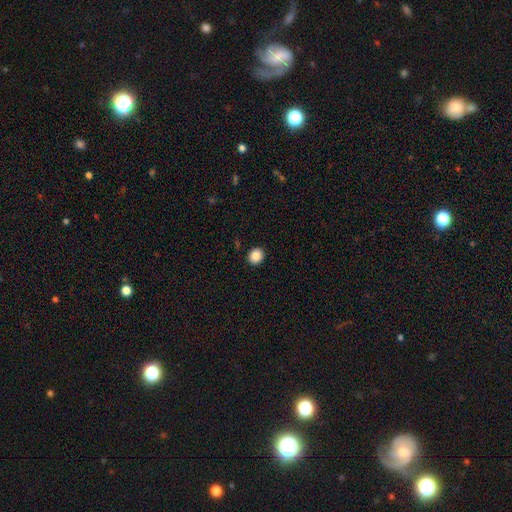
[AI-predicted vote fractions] smooth_or_featured: smooth (p=0.86) [alt: star or artifact p=0.09]
how_rounded: round (p=0.82) [alt: in between p=0.17]
merging: none (p=0.92) [alt: minor disturbance p=0.05]